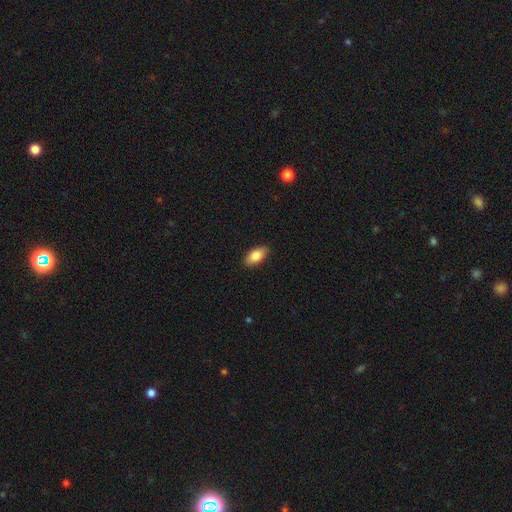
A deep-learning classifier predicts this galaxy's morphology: smooth 85%, featured or disk 8%, star or artifact 7%. Down the decision tree: how rounded — in between (90%); merging — none (88%).